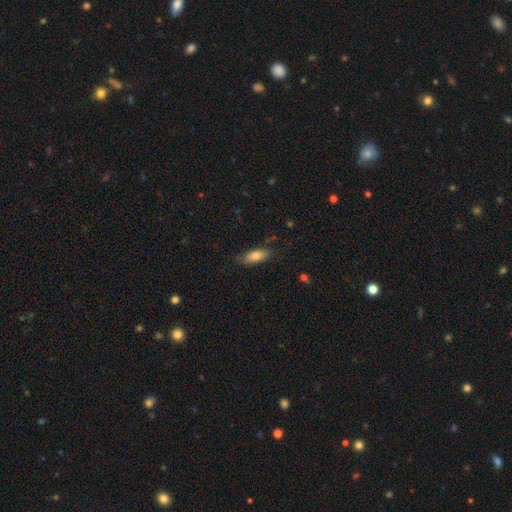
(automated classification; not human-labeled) The model was most divided on "how rounded": in between: 71%, cigar-shaped: 27%, round: 2%. More confident: smooth or featured — smooth (77%); merging — none (76%).